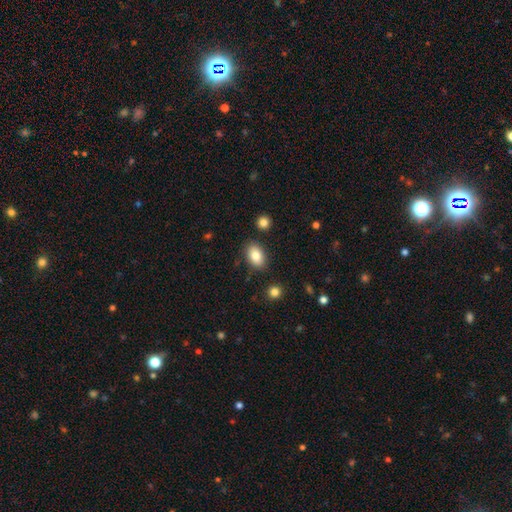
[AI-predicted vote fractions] Q: Smooth or featured?
A: smooth (83%); runner-up: featured or disk (9%)
Q: How rounded?
A: in between (89%); runner-up: round (10%)
Q: Merging?
A: none (85%); runner-up: minor disturbance (9%)